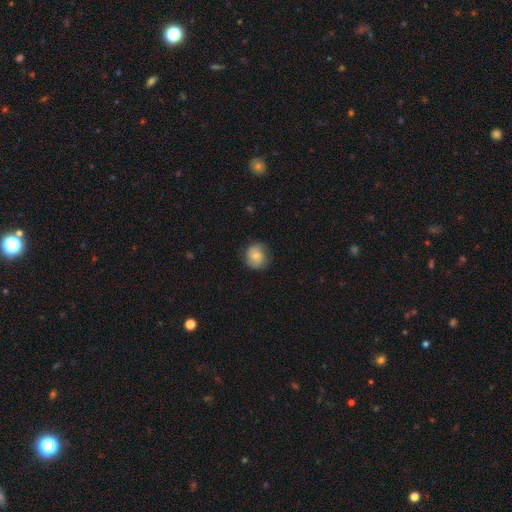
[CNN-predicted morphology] Q: Smooth or featured?
A: smooth (64%); runner-up: featured or disk (28%)
Q: How rounded?
A: round (84%); runner-up: in between (15%)
Q: Merging?
A: none (78%); runner-up: minor disturbance (16%)